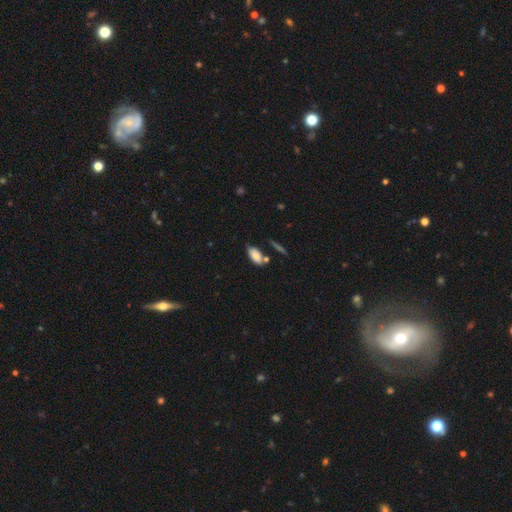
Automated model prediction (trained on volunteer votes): smooth_or_featured: smooth (p=0.81) [alt: featured or disk p=0.12]
how_rounded: in between (p=0.90) [alt: cigar-shaped p=0.07]
merging: none (p=0.62) [alt: minor disturbance p=0.19]